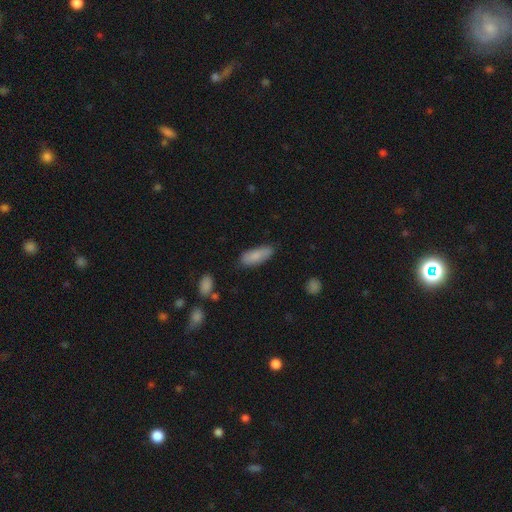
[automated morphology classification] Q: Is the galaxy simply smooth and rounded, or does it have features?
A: smooth — 84%.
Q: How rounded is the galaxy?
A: in between — 70%.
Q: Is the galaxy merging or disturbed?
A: none — 73%.